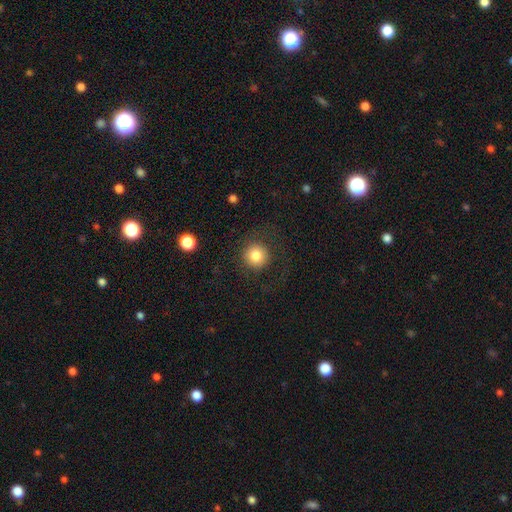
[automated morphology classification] A smooth galaxy with no disk features (82%) that is round (95%). Merging: none (84%).